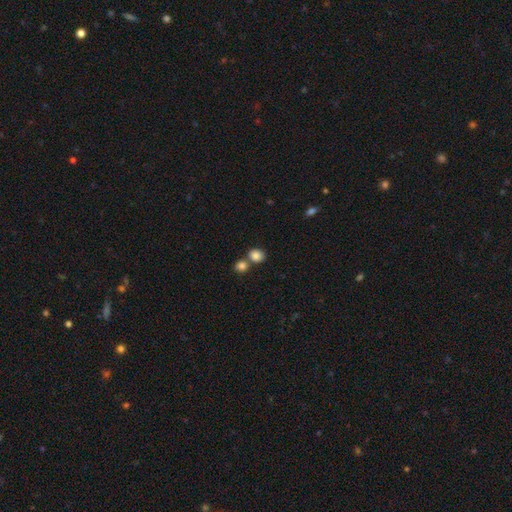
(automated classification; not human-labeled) This appears to be a smooth galaxy with no disk features (85%) that is round (67%). Merging: none (54%).